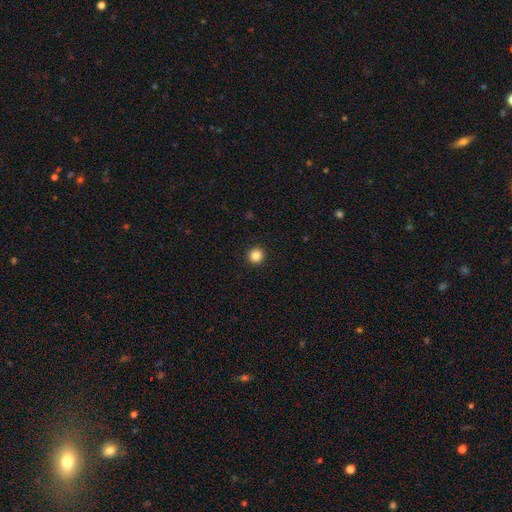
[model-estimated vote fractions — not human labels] Smooth or featured? smooth (85%)
How rounded? round (96%)
Merging? none (94%)